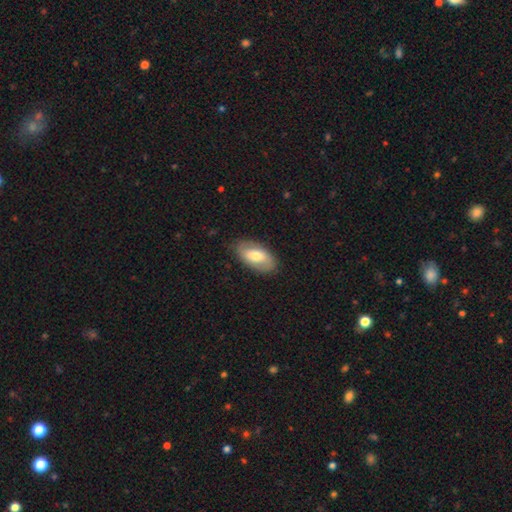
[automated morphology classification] The model was most divided on "smooth or featured": smooth: 59%, featured or disk: 35%, star or artifact: 6%. More confident: how rounded — in between (93%); merging — none (83%).